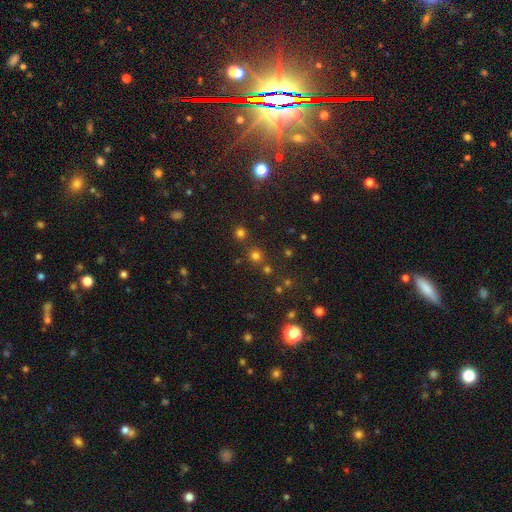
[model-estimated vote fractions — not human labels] A smooth galaxy with no disk features (68%) that is round (91%).

Vote fractions:
- Smooth or featured? smooth: 68% / star or artifact: 26% / featured or disk: 6%
- How rounded? round: 91% / in between: 8% / cigar-shaped: 1%
- Merging? none: 78% / merger: 12% / minor disturbance: 7% / major disturbance: 3%